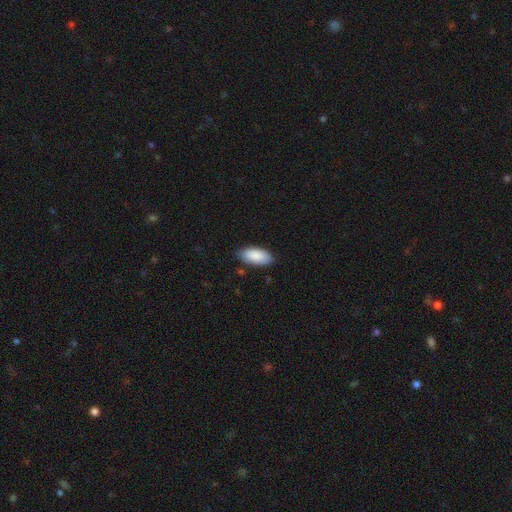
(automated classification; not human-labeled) The model was most divided on "merging": none: 83%, minor disturbance: 13%, major disturbance: 2%, merger: 1%. More confident: how rounded — in between (92%); smooth or featured — smooth (89%).